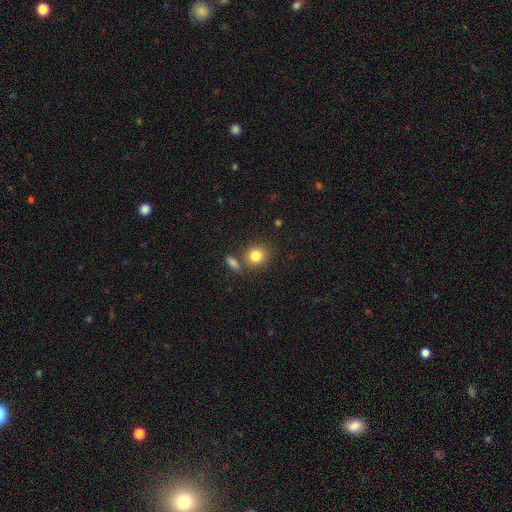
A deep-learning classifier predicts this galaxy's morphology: Q: Smooth or featured?
A: smooth (83%); runner-up: star or artifact (10%)
Q: How rounded?
A: round (80%); runner-up: in between (19%)
Q: Merging?
A: none (72%); runner-up: merger (15%)